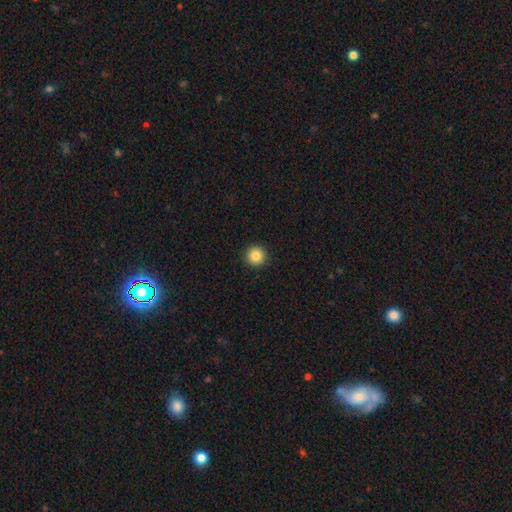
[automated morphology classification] type=smooth (86%); roundness=round (96%); merging=none (93%).